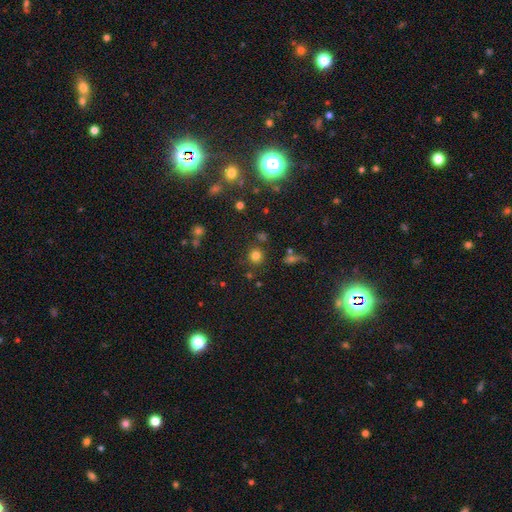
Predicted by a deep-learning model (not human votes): Smooth or featured? smooth (75%)
How rounded? round (91%)
Merging? none (82%)